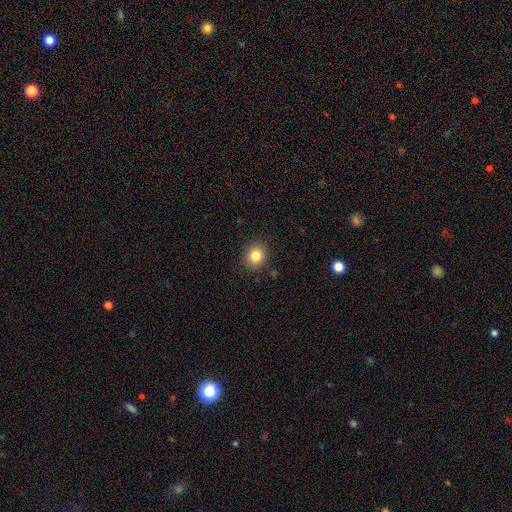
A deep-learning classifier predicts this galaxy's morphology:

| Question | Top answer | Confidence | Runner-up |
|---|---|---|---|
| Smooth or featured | smooth | 82% | star or artifact (11%) |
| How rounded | round | 71% | in between (28%) |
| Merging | none | 88% | minor disturbance (8%) |